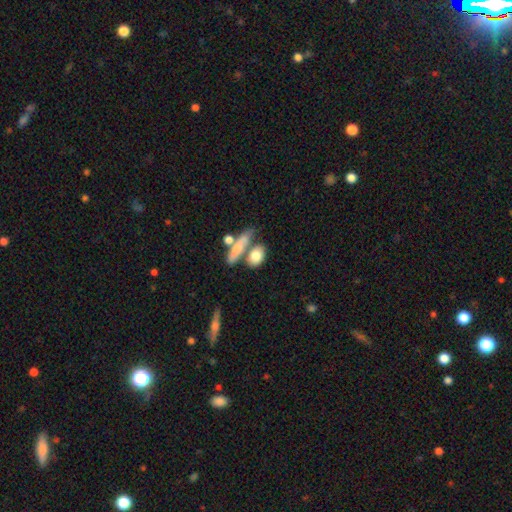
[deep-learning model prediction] Smooth or featured? smooth (77%)
How rounded? in between (69%)
Merging? none (44%)